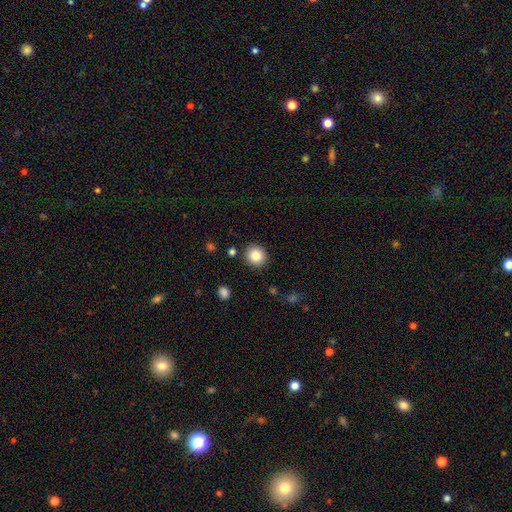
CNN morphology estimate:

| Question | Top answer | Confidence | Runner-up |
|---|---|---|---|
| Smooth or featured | smooth | 86% | star or artifact (9%) |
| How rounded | round | 88% | in between (11%) |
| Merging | none | 88% | minor disturbance (7%) |